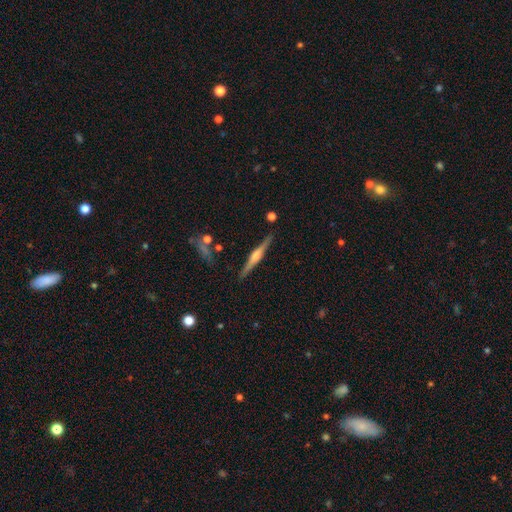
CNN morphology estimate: smooth_or_featured: featured or disk (p=0.73) [alt: smooth p=0.21]
disk_edge_on: yes (p=0.98) [alt: no p=0.02]
edge_on_bulge: rounded (p=0.75) [alt: boxy p=0.17]
merging: none (p=0.89) [alt: minor disturbance p=0.08]